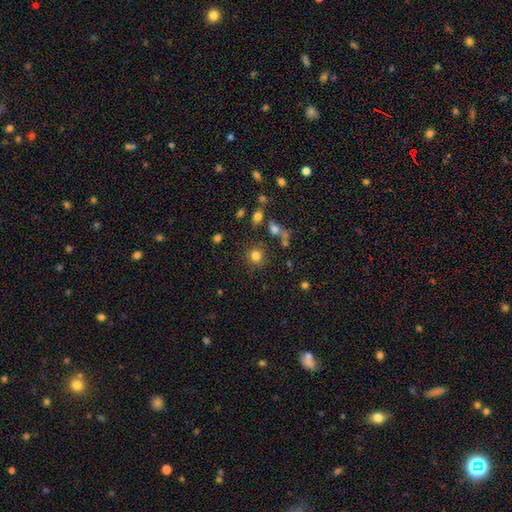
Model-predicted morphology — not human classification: smooth 80%, star or artifact 13%, featured or disk 7%. Down the decision tree: how rounded — round (89%); merging — none (80%).